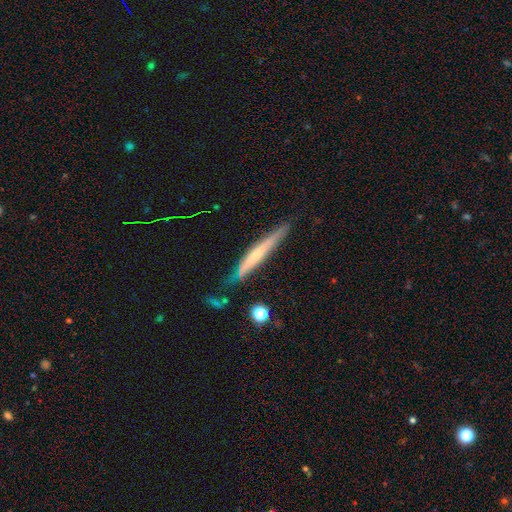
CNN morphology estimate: A featured or disk galaxy (55%) viewed edge-on (91%). Merging: none (68%).